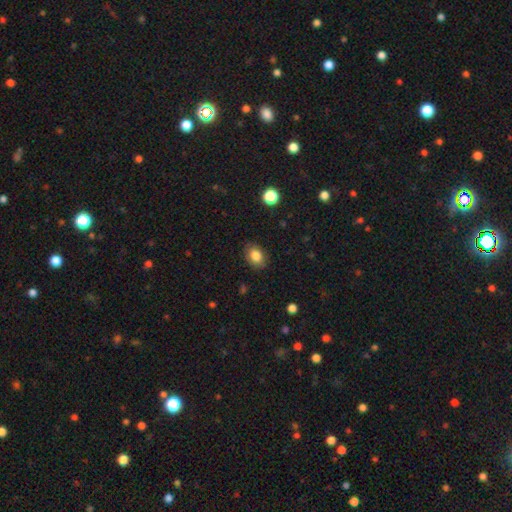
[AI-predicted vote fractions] Smooth or featured: smooth — 83% (star or artifact — 9%)
How rounded: in between — 75% (round — 24%)
Merging: none — 86% (minor disturbance — 10%)